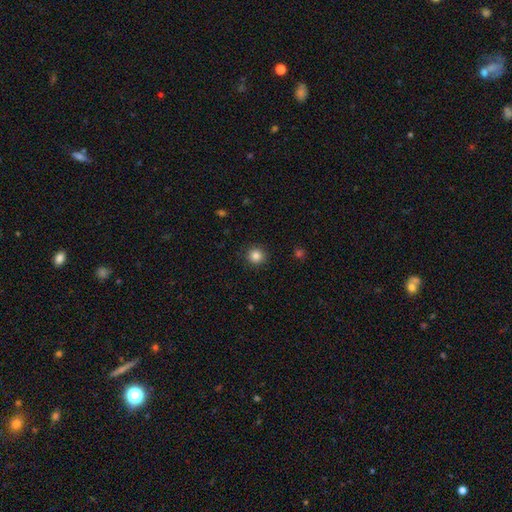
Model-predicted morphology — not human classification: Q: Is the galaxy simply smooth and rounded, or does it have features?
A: smooth — 85%.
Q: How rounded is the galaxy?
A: round — 94%.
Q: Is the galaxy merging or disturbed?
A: none — 91%.